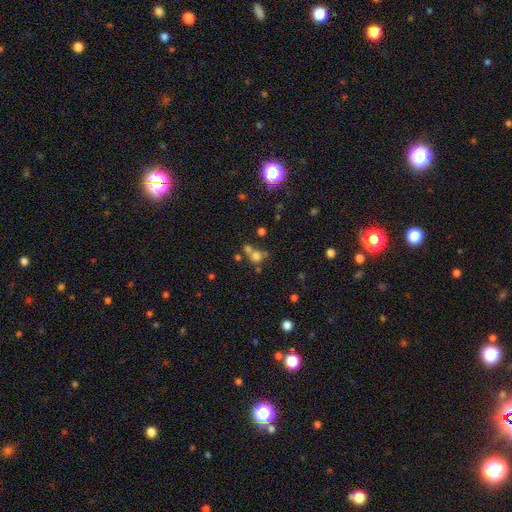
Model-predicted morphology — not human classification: This appears to be a smooth galaxy with no disk features (67%) that is round (80%). Merging: none (44%).